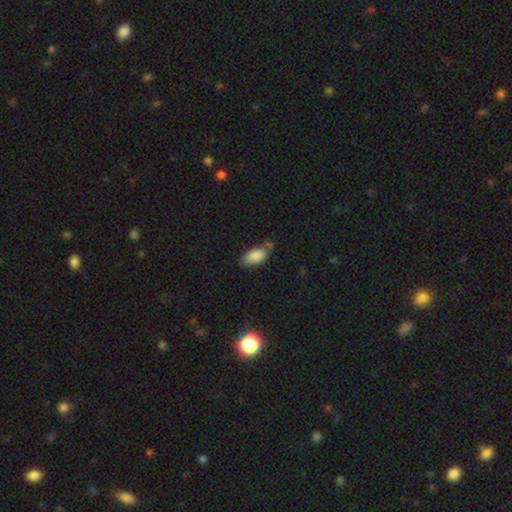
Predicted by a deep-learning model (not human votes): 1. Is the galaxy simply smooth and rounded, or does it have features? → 87% smooth, 7% star or artifact, 6% featured or disk.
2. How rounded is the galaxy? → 91% in between, 7% cigar-shaped, 2% round.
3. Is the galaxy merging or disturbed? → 60% none, 26% minor disturbance, 8% merger, 6% major disturbance.